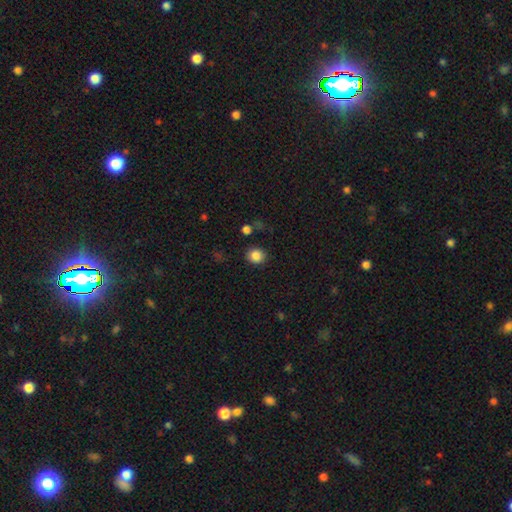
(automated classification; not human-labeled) Overall: smooth (85%). How rounded: round (83%). Merging: none (85%).